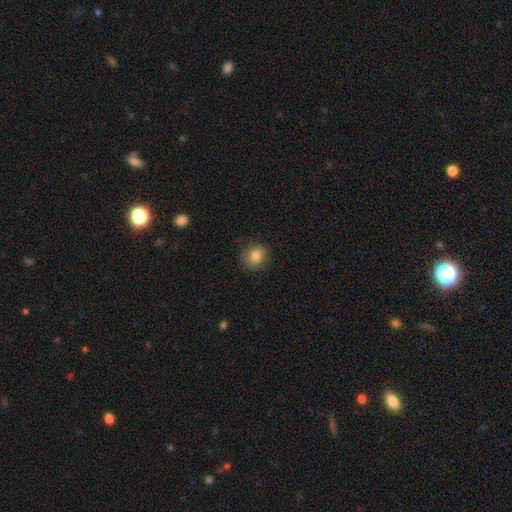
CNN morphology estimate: Smooth or featured? Predicted: smooth (p=0.84). How rounded? Predicted: round (p=0.80). Merging? Predicted: none (p=0.83).